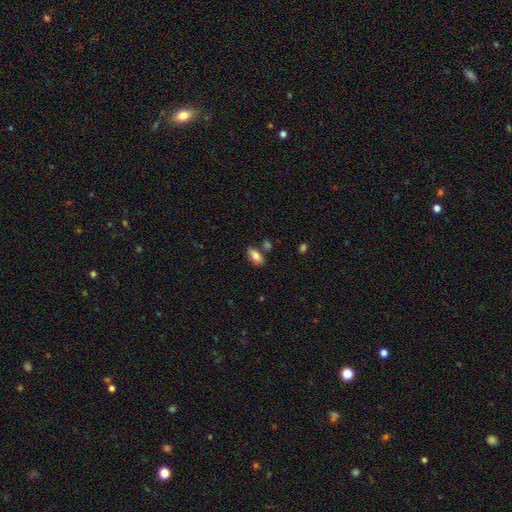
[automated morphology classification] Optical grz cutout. It shows a smooth galaxy with no disk features (80%) that is in between round and cigar-shaped (87%). Merging: none (72%).